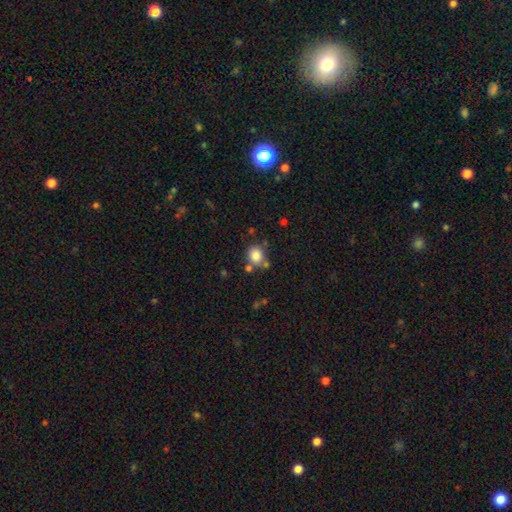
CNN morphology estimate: Smooth or featured? smooth (83%)
How rounded? round (71%)
Merging? none (66%)